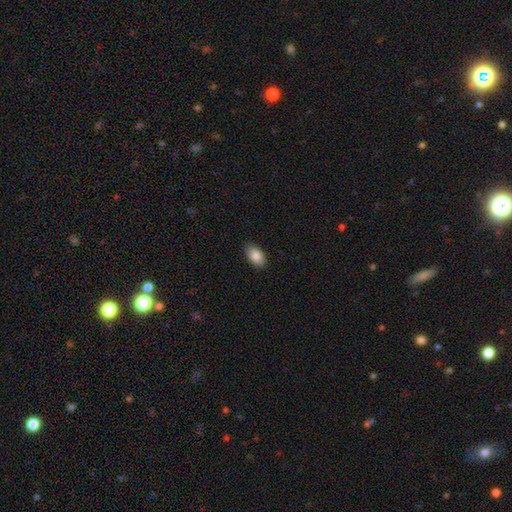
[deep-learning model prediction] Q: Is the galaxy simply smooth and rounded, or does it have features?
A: smooth — 87%.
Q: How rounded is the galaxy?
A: in between — 93%.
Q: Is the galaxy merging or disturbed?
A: none — 87%.